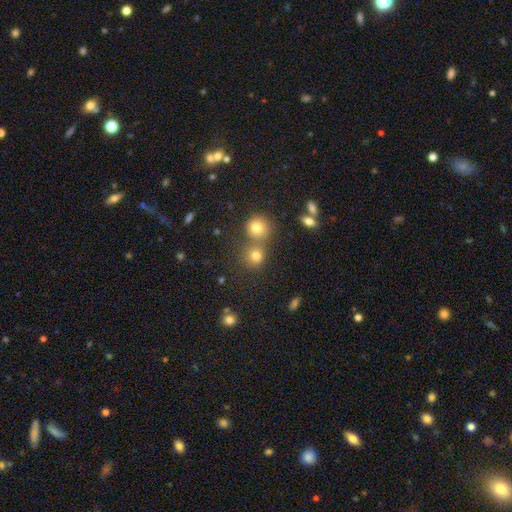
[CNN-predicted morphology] A smooth galaxy with no disk features (77%) that is round (86%). Merging: none (56%).